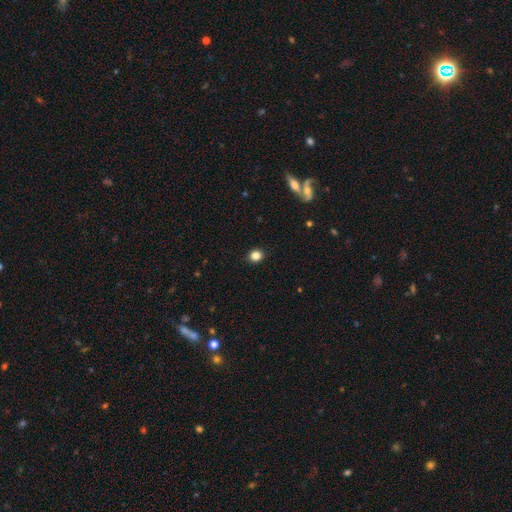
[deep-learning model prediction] Overall: smooth (84%). How rounded: round (79%). Merging: none (91%).